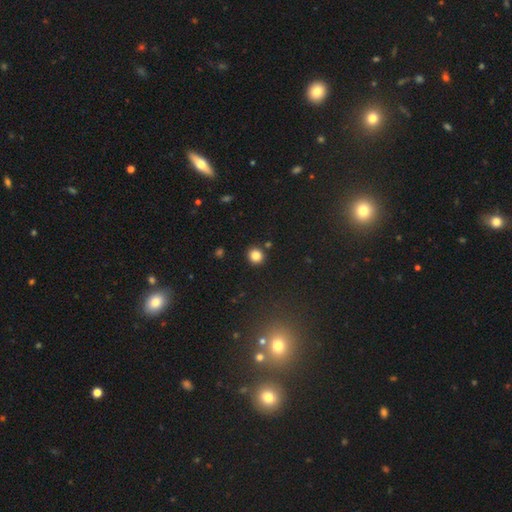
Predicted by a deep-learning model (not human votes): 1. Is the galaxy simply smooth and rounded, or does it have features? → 83% smooth, 12% star or artifact, 5% featured or disk.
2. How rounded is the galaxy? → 89% round, 10% in between, 1% cigar-shaped.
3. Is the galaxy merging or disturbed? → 90% none, 6% minor disturbance, 3% merger, 2% major disturbance.